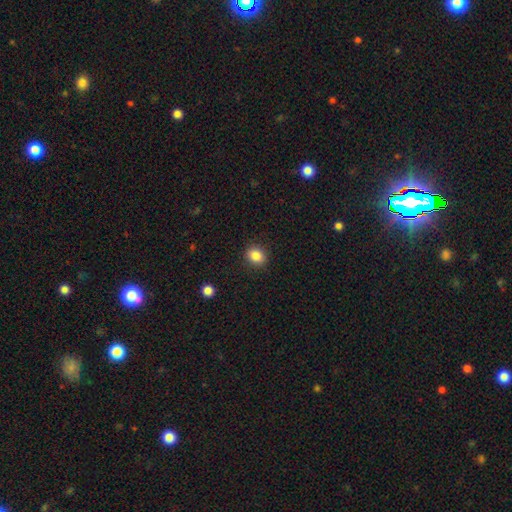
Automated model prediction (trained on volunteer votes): Overall: smooth (85%). How rounded: round (56%; in between 43%). Merging: none (89%).